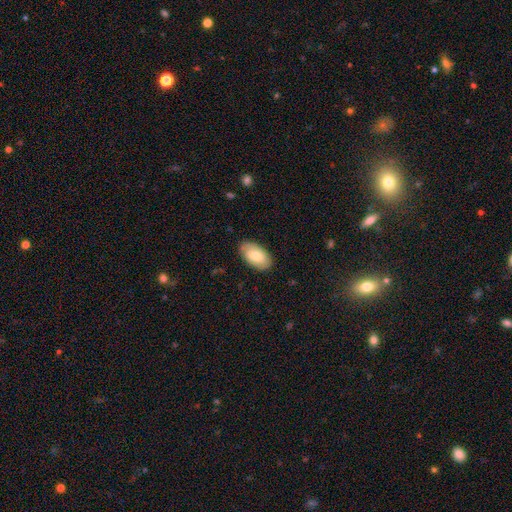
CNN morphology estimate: Q: Smooth or featured?
A: smooth (73%); runner-up: featured or disk (21%)
Q: How rounded?
A: in between (95%); runner-up: round (4%)
Q: Merging?
A: none (84%); runner-up: minor disturbance (13%)